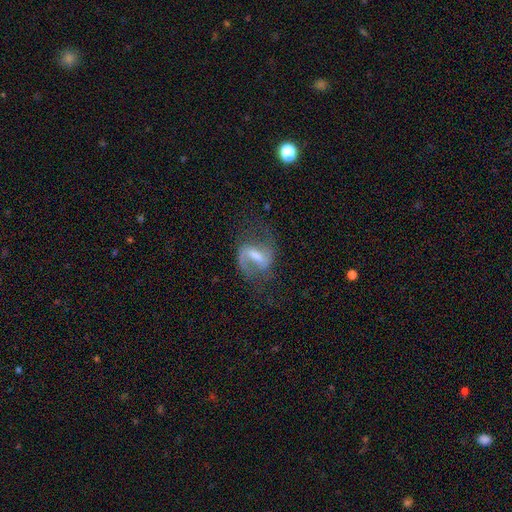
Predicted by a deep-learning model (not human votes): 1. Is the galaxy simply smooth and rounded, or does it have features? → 79% featured or disk, 13% smooth, 7% star or artifact.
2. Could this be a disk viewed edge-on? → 96% no, 4% yes.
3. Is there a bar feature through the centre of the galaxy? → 45% weak, 43% strong, 12% no.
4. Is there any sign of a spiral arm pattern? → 92% yes, 8% no.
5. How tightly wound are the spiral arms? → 46% medium, 43% loose, 11% tight.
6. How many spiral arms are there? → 82% 2, 11% 1, 4% can't tell, 1% 3, 1% 4, 1% more than 4.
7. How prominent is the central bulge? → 38% moderate, 24% small, 20% none, 16% large, 2% dominant.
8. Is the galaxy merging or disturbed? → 58% none, 22% major disturbance, 18% minor disturbance, 2% merger.